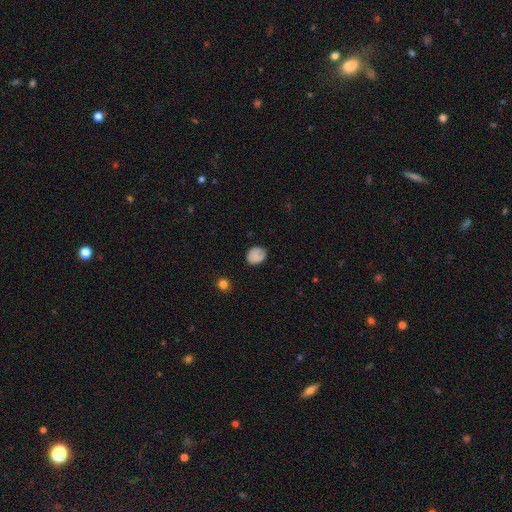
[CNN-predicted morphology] A smooth galaxy with no disk features (79%) that is round (65%).

Vote fractions:
- Smooth or featured? smooth: 79% / featured or disk: 11% / star or artifact: 10%
- How rounded? round: 65% / in between: 34% / cigar-shaped: 1%
- Merging? none: 76% / minor disturbance: 18% / major disturbance: 5% / merger: 2%